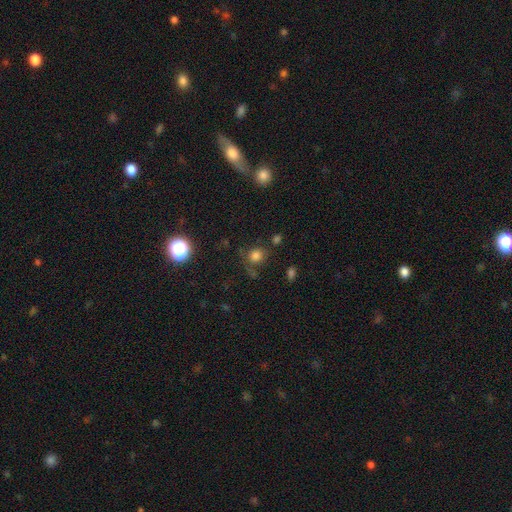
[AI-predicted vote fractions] Overall: smooth (73%). How rounded: round (84%). Merging: none (68%).